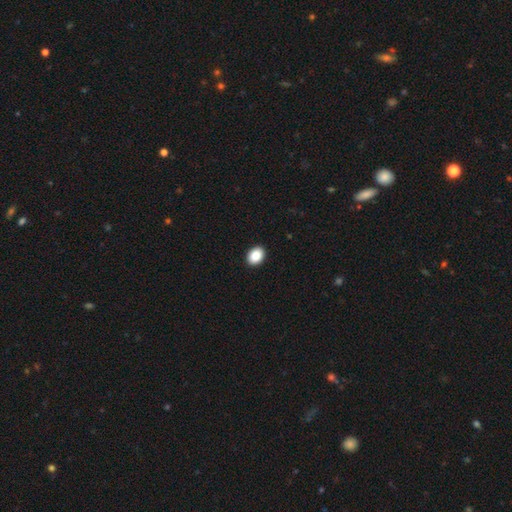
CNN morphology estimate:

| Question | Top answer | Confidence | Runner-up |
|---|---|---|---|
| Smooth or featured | smooth | 88% | star or artifact (8%) |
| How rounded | in between | 70% | round (29%) |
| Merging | none | 92% | minor disturbance (5%) |